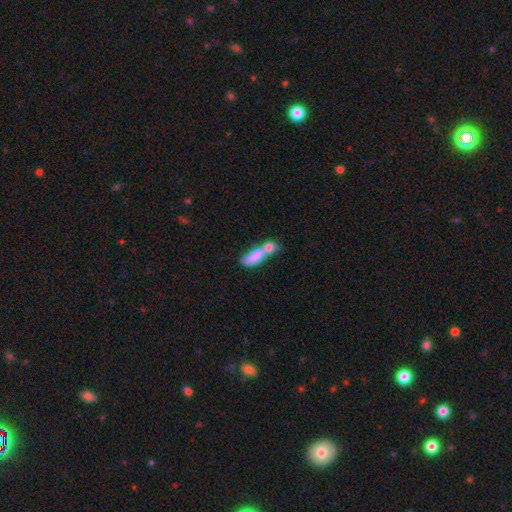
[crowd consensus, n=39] smooth 67%, featured or disk 23%, star or artifact 10%. Down the decision tree: how rounded — in between (54%); merging — merger (80%).